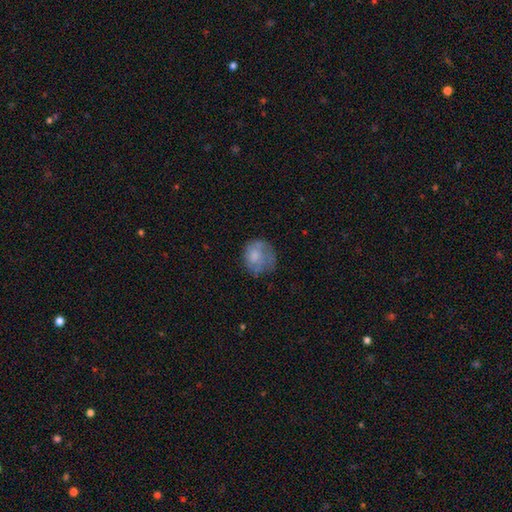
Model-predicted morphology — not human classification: Q: Smooth or featured?
A: smooth (66%); runner-up: featured or disk (25%)
Q: How rounded?
A: round (71%); runner-up: in between (28%)
Q: Merging?
A: none (50%); runner-up: minor disturbance (28%)